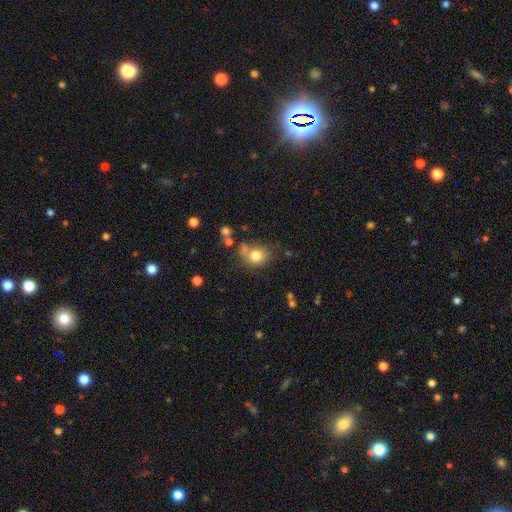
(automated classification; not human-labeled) Q: Smooth or featured?
A: smooth (78%); runner-up: star or artifact (12%)
Q: How rounded?
A: round (64%); runner-up: in between (35%)
Q: Merging?
A: none (58%); runner-up: minor disturbance (20%)